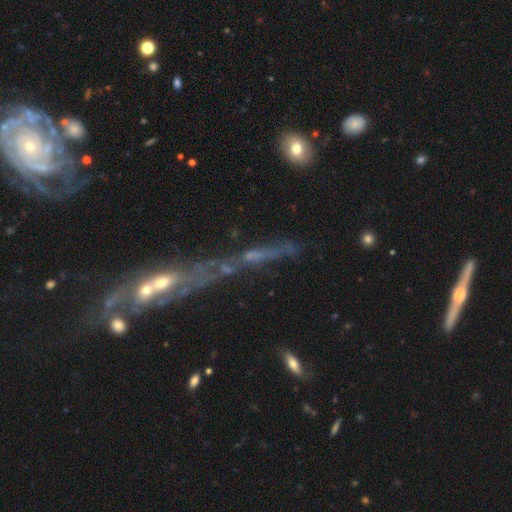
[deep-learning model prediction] This is possibly a featured or disk galaxy (54%). It is possibly viewed edge-on (55%). Merging: marginally none (37%).